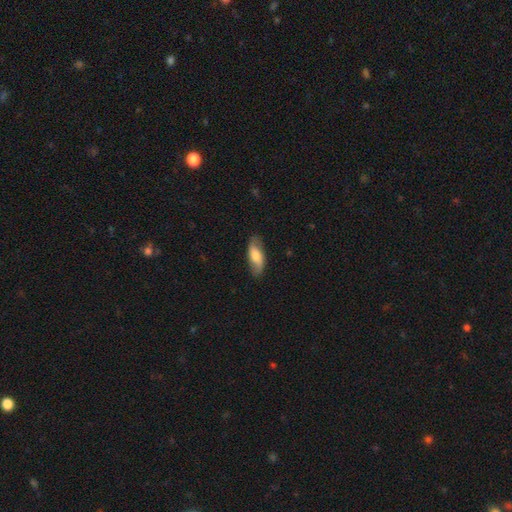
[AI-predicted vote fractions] Morphology: type=smooth (56%); roundness=in between (79%); merging=none (77%).